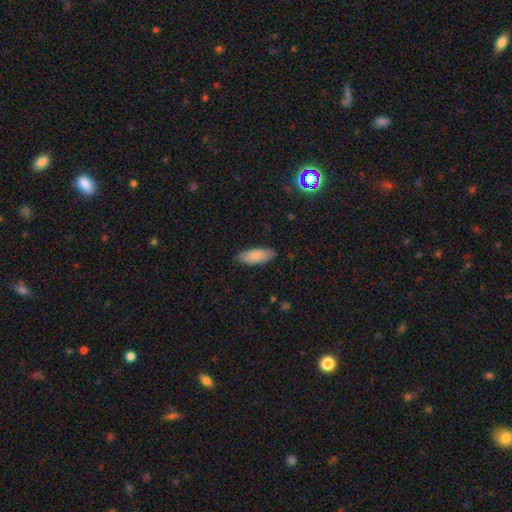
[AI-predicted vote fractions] smooth 84%, featured or disk 10%, star or artifact 6%. Down the decision tree: how rounded — in between (76%); merging — none (83%).